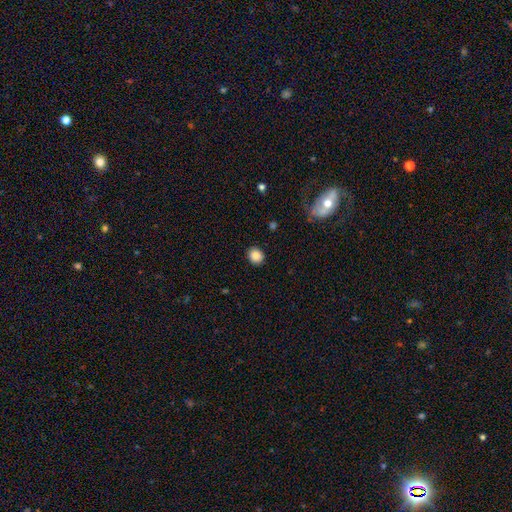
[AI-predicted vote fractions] smooth_or_featured: smooth (p=0.87) [alt: star or artifact p=0.09]
how_rounded: round (p=0.79) [alt: in between p=0.20]
merging: none (p=0.90) [alt: minor disturbance p=0.07]